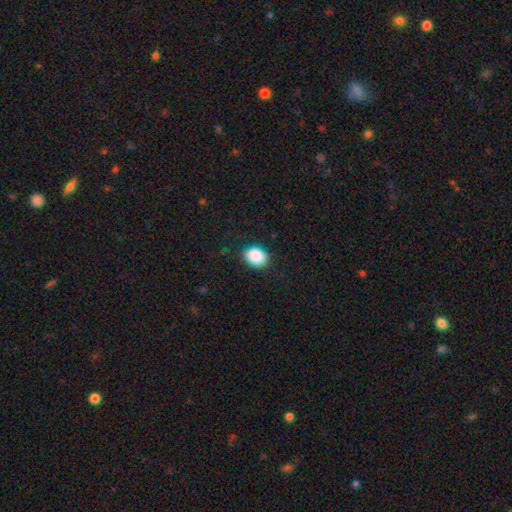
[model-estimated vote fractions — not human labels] Q: Smooth or featured?
A: smooth (88%); runner-up: star or artifact (8%)
Q: How rounded?
A: in between (51%); runner-up: round (48%)
Q: Merging?
A: none (84%); runner-up: minor disturbance (12%)